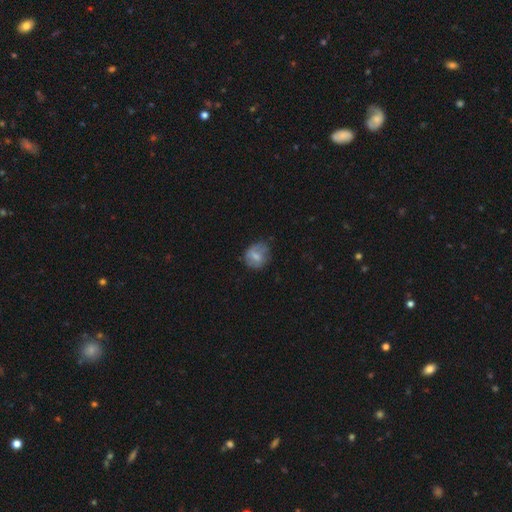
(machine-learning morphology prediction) The model was most divided on "merging": none: 59%, minor disturbance: 29%, major disturbance: 11%, merger: 2%. More confident: how rounded — round (70%); smooth or featured — smooth (67%).